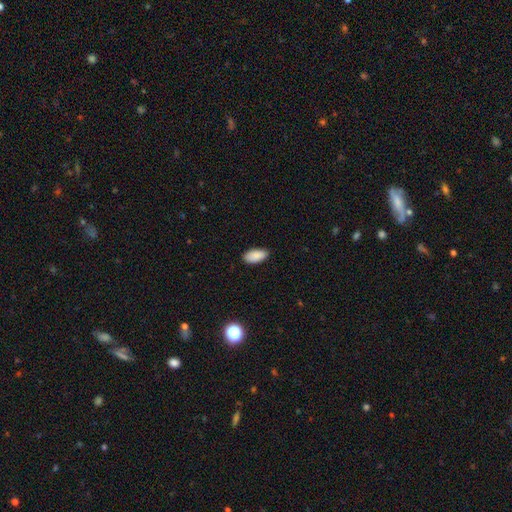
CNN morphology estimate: smooth 89%, star or artifact 7%, featured or disk 4%. Down the decision tree: how rounded — in between (93%); merging — none (86%).